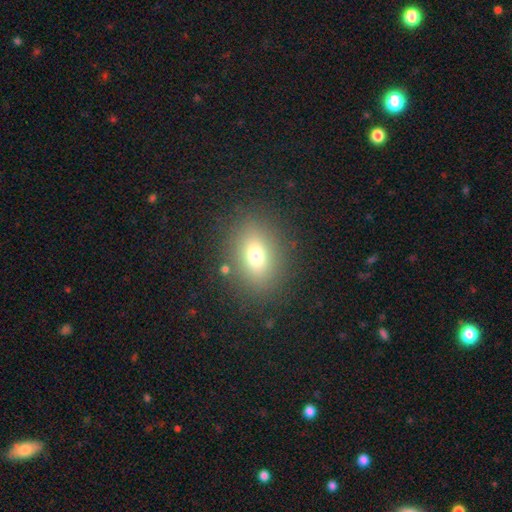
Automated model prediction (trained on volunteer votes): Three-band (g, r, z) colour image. It shows a smooth galaxy with no disk features (71%) that is in between round and cigar-shaped (64%). Merging: none (85%).